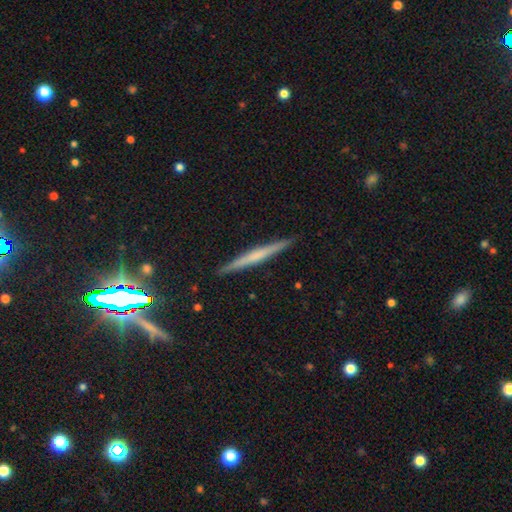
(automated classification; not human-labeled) This appears to be a featured or disk galaxy (53%) viewed edge-on (98%) with no central bulge (65%). Merging: none (92%).